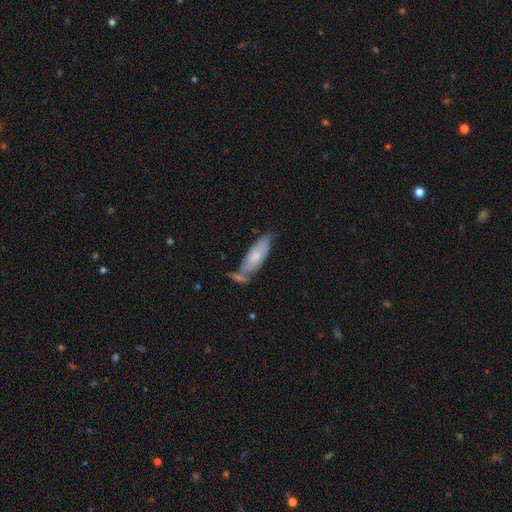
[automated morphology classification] Overall: smooth (65%; featured or disk 29%). How rounded: in between (57%; cigar-shaped 41%). Merging: none (46%; minor disturbance 23%).